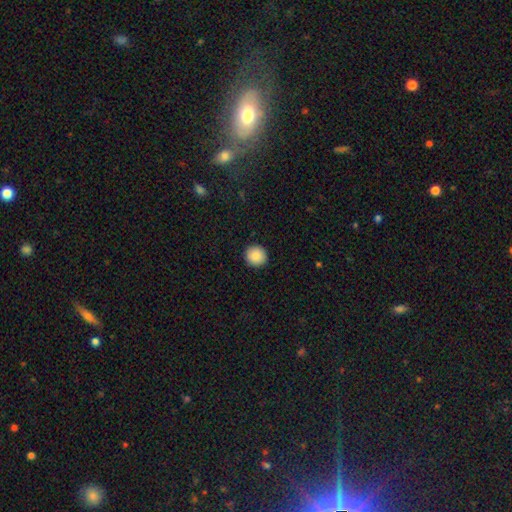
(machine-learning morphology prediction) Smooth or featured? smooth (89%)
How rounded? round (93%)
Merging? none (92%)